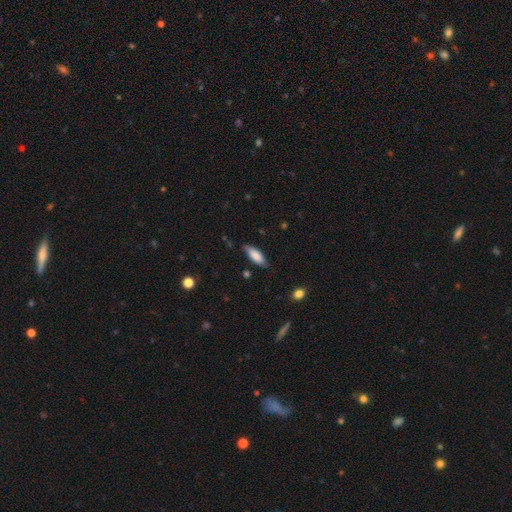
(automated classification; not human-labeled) smooth 81%, featured or disk 13%, star or artifact 6%. Down the decision tree: how rounded — in between (65%); merging — none (77%).